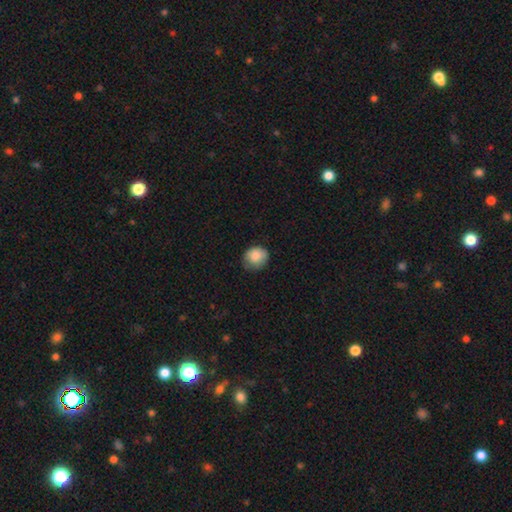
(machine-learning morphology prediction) smooth 84%, star or artifact 8%, featured or disk 8%. Down the decision tree: how rounded — round (72%); merging — none (66%).